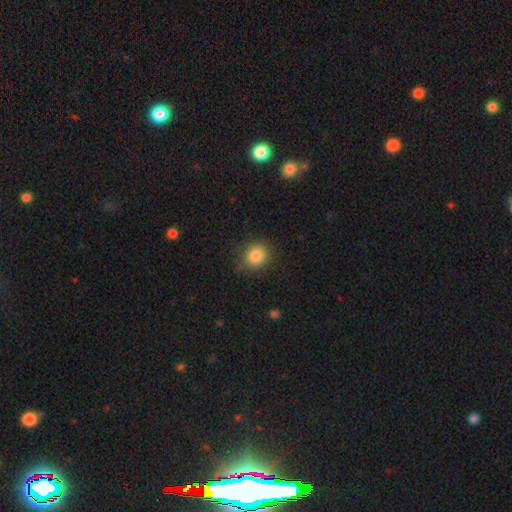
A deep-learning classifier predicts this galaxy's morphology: Overall: smooth (84%). How rounded: round (82%). Merging: none (84%).